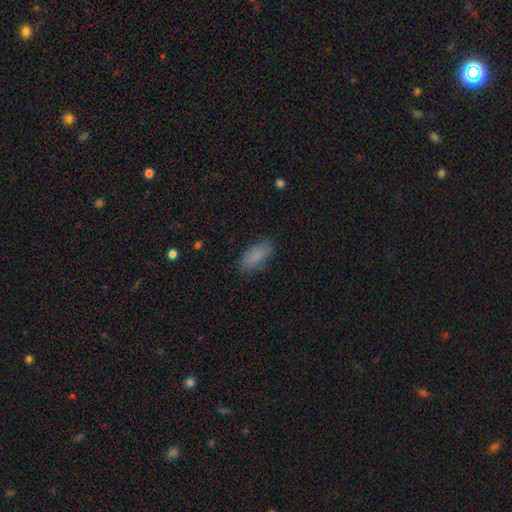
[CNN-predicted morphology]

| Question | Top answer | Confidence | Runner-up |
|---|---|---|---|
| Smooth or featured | smooth | 85% | star or artifact (8%) |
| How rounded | in between | 89% | cigar-shaped (8%) |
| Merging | none | 81% | minor disturbance (14%) |